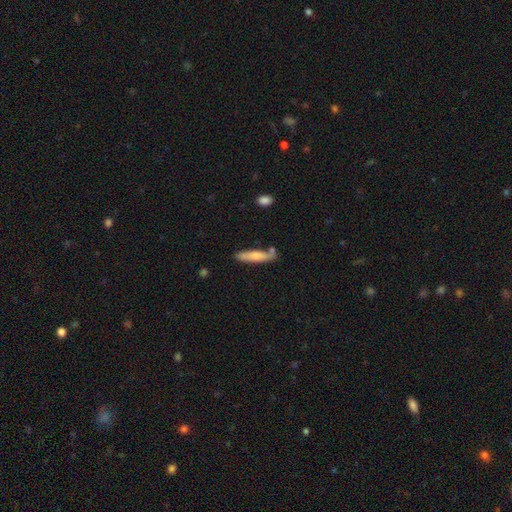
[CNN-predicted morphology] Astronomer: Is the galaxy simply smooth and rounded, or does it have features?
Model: smooth — 72%.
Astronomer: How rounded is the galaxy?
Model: cigar-shaped — 81%.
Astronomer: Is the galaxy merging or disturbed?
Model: none — 70%.